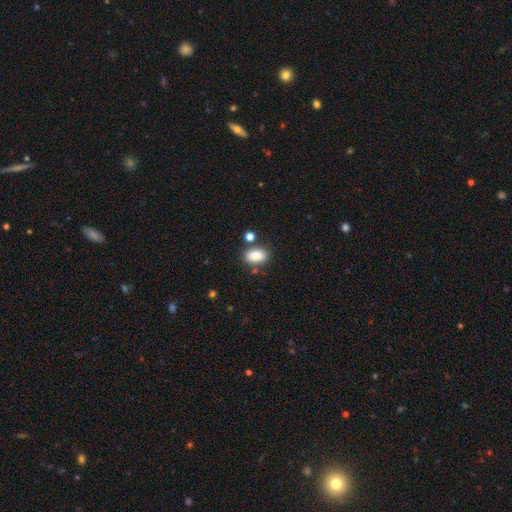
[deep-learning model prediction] smooth_or_featured: smooth (p=0.86) [alt: star or artifact p=0.09]
how_rounded: in between (p=0.88) [alt: round p=0.11]
merging: none (p=0.75) [alt: minor disturbance p=0.12]